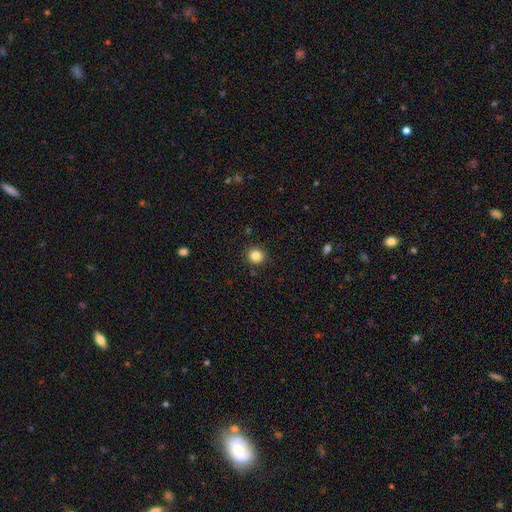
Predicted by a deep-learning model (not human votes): A smooth galaxy with no disk features (84%) that is round (92%). Merging: none (91%).